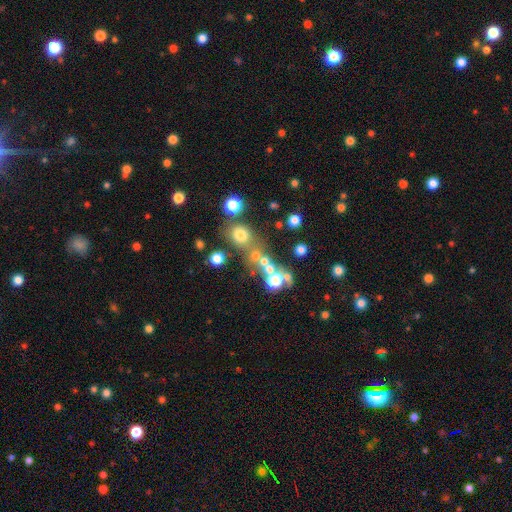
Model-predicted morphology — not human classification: A smooth galaxy with no disk features (60%) that is round (79%). Merging: none (48%).